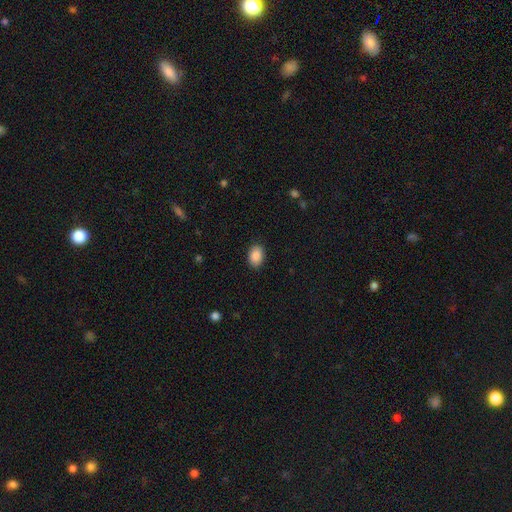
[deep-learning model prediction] smooth-or-featured: smooth: 88% | star or artifact: 7% | featured or disk: 5%
  how-rounded: in between: 84% | round: 15% | cigar-shaped: 1%
  merging: none: 89% | minor disturbance: 8% | major disturbance: 2% | merger: 1%